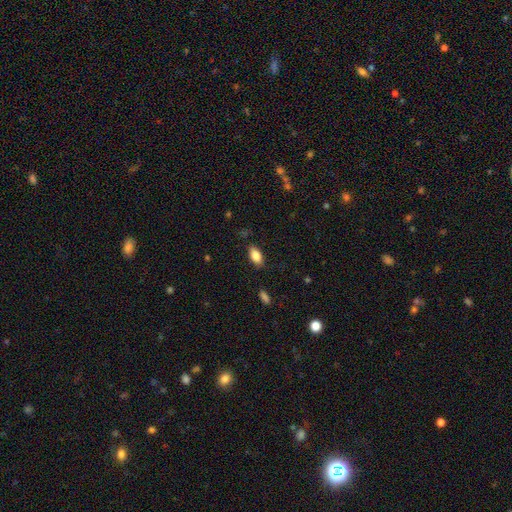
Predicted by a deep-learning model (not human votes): This is clearly a smooth galaxy (84%). How rounded: clearly in between (90%). Merging: clearly none (84%).